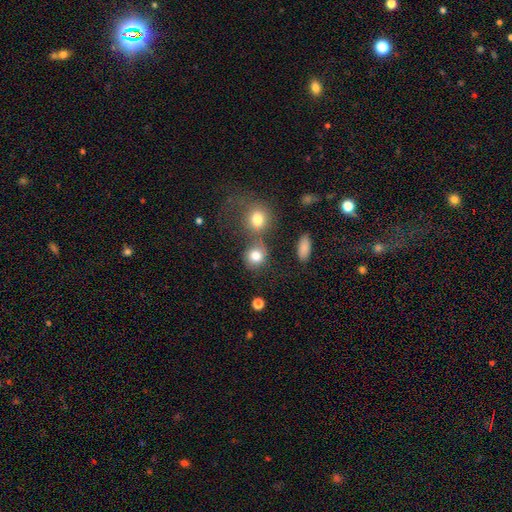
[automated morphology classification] smooth-or-featured: smooth: 79% | star or artifact: 12% | featured or disk: 9%
  how-rounded: round: 83% | in between: 16% | cigar-shaped: 1%
  merging: none: 56% | merger: 26% | minor disturbance: 11% | major disturbance: 7%